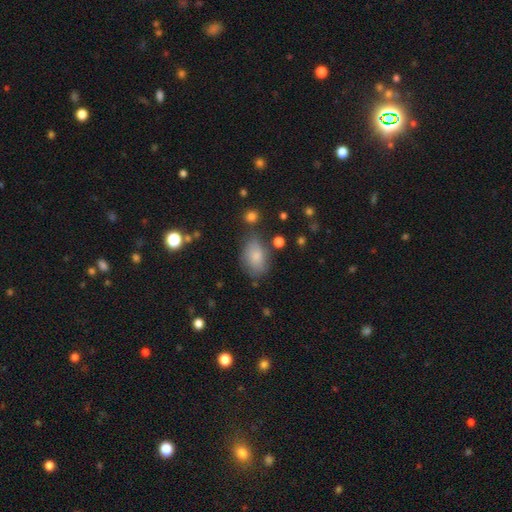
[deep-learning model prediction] Smooth or featured: smooth — 80% (featured or disk — 11%)
How rounded: in between — 86% (round — 12%)
Merging: none — 64% (minor disturbance — 24%)